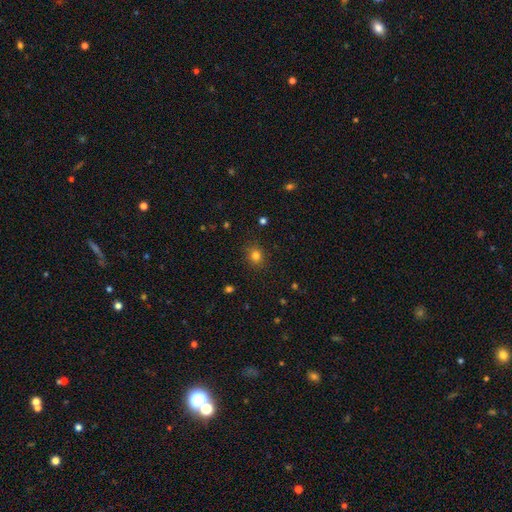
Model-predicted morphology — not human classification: This is likely a smooth galaxy (79%). How rounded: likely round (71%). Merging: clearly none (88%).